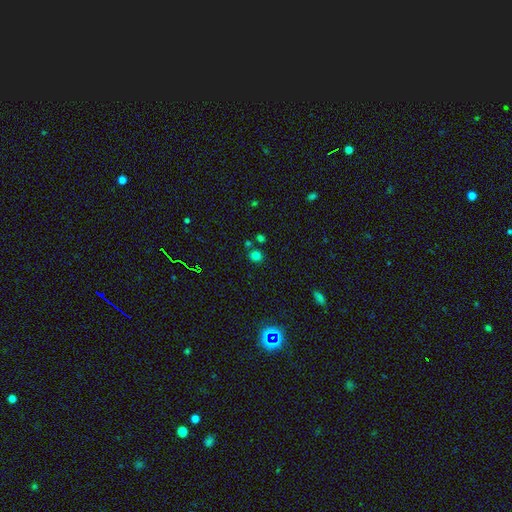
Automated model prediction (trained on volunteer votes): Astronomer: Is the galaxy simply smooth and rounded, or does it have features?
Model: smooth — 75%.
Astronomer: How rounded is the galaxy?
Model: round — 88%.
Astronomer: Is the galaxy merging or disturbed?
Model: none — 78%.